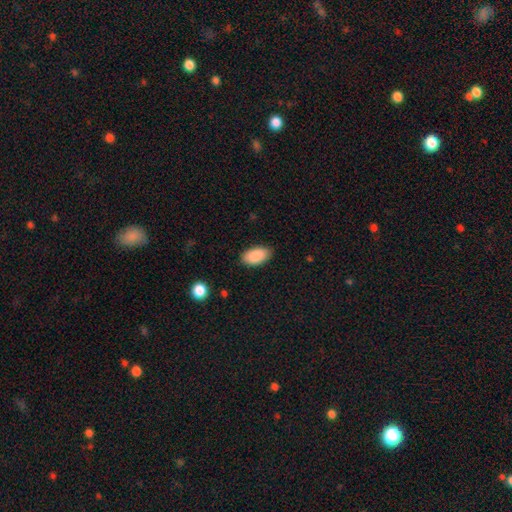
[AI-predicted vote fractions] Overall: smooth (89%). How rounded: in between (95%). Merging: none (85%).